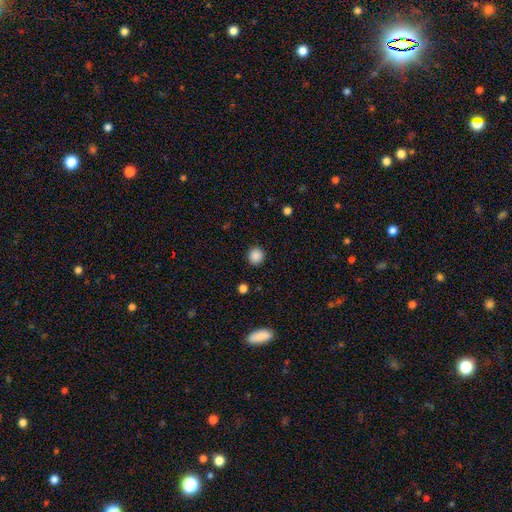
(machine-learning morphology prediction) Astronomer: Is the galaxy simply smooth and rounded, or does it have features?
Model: smooth — 87%.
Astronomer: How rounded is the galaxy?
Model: round — 92%.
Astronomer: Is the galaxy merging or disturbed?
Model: none — 91%.